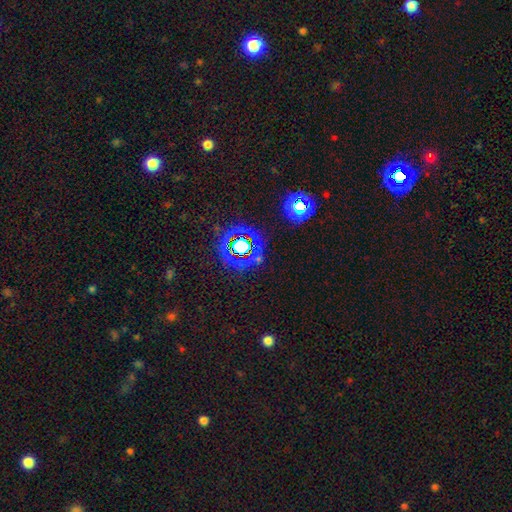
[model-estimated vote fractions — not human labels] A star or artifact, not a galaxy (74%).

Vote fractions:
- Smooth or featured? star or artifact: 74% / smooth: 17% / featured or disk: 9%